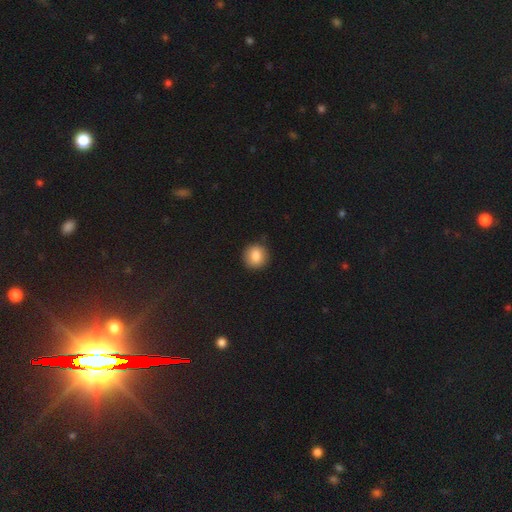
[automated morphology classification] This appears to be a smooth galaxy with no disk features (85%) that is round (91%). Merging: none (89%).